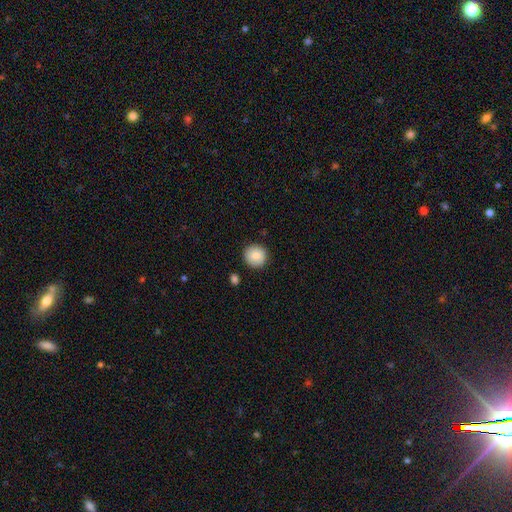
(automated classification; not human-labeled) Q: Smooth or featured?
A: smooth (86%); runner-up: star or artifact (8%)
Q: How rounded?
A: round (93%); runner-up: in between (6%)
Q: Merging?
A: none (90%); runner-up: minor disturbance (7%)